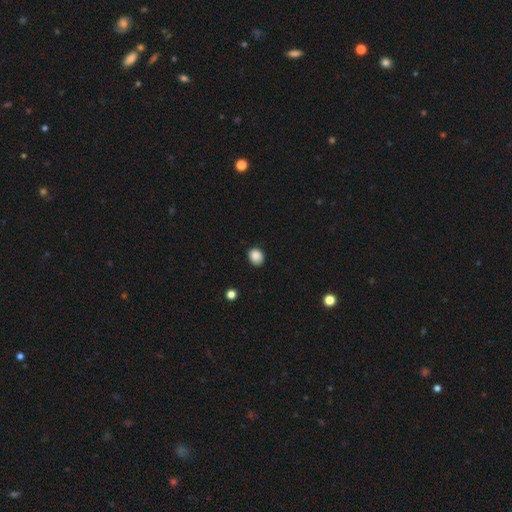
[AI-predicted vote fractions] smooth_or_featured: smooth (p=0.87) [alt: star or artifact p=0.09]
how_rounded: round (p=0.62) [alt: in between p=0.38]
merging: none (p=0.83) [alt: minor disturbance p=0.13]